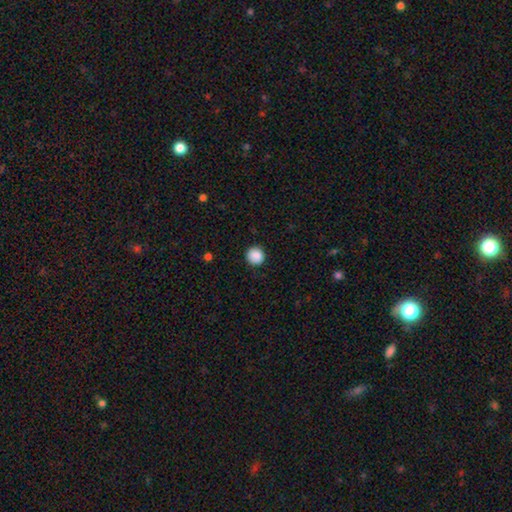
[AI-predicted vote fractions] Q: Smooth or featured?
A: smooth (88%); runner-up: star or artifact (9%)
Q: How rounded?
A: round (93%); runner-up: in between (6%)
Q: Merging?
A: none (90%); runner-up: minor disturbance (7%)